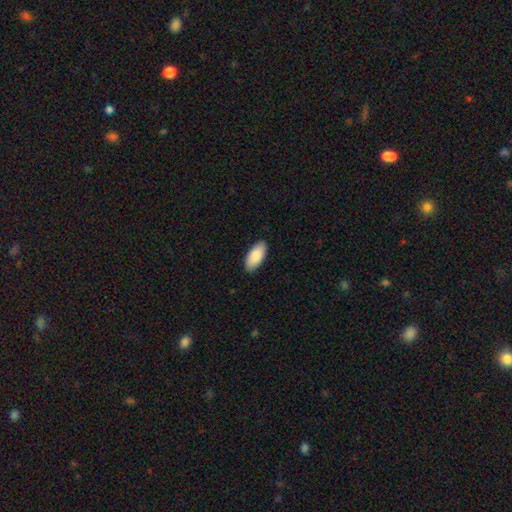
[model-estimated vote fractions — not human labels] A smooth galaxy with no disk features (90%) that is in between round and cigar-shaped (92%). Merging: none (89%).